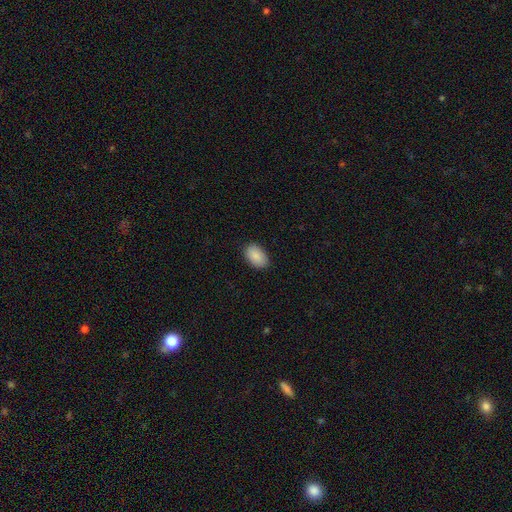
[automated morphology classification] Q: Smooth or featured?
A: smooth (89%); runner-up: star or artifact (7%)
Q: How rounded?
A: in between (91%); runner-up: round (8%)
Q: Merging?
A: none (86%); runner-up: minor disturbance (11%)